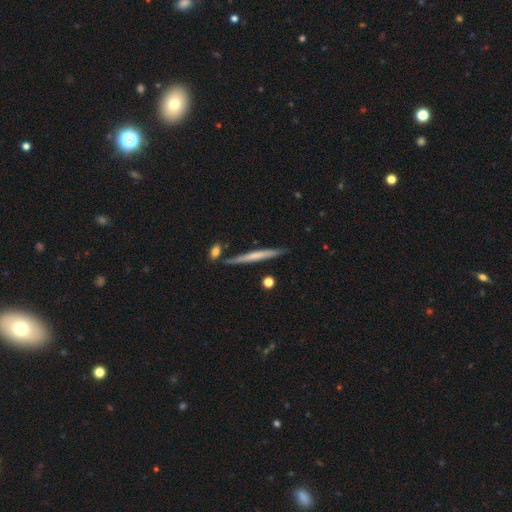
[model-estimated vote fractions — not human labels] Morphology: type=smooth (53%); roundness=cigar-shaped (96%); merging=none (84%).